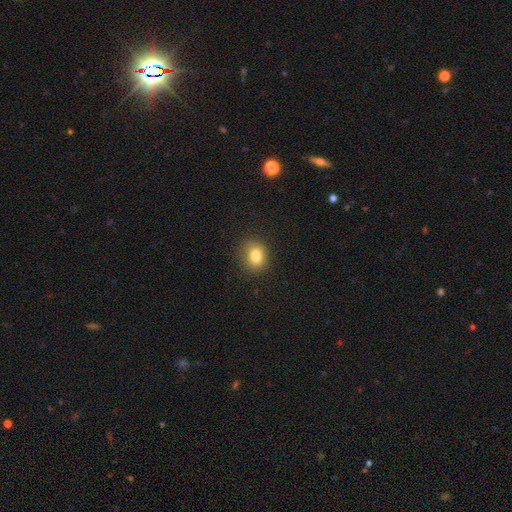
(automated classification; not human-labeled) Smooth or featured? smooth (82%)
How rounded? round (59%)
Merging? none (84%)